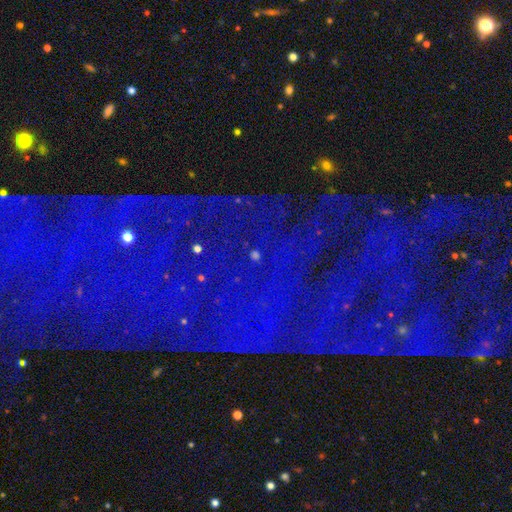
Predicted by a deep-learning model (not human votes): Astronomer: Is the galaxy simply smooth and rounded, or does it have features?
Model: star or artifact — 81%.